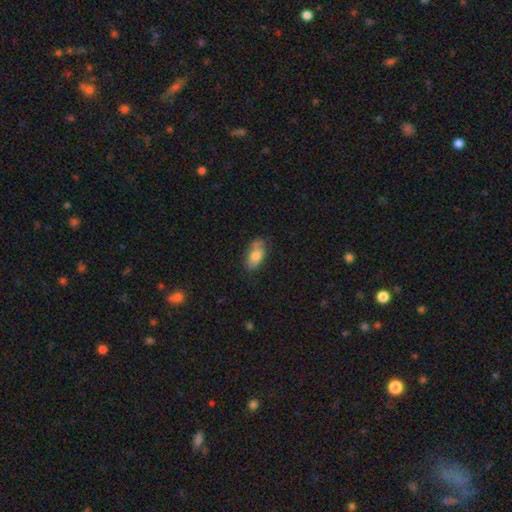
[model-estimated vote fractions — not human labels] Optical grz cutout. It shows a smooth galaxy with no disk features (75%) that is in between round and cigar-shaped (92%). Merging: none (59%).